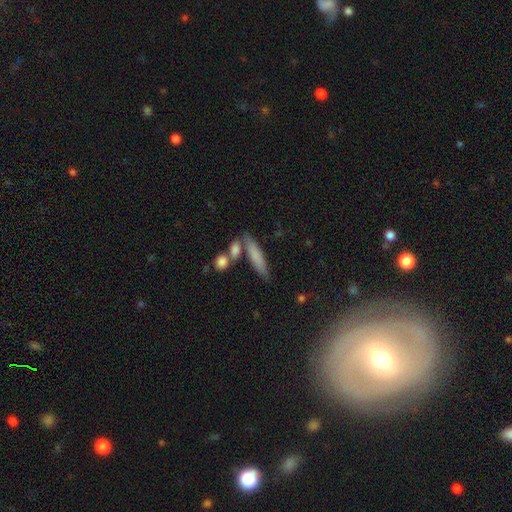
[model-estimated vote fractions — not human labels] The model was most divided on "merging": none: 65%, merger: 18%, minor disturbance: 13%, major disturbance: 4%. More confident: how rounded — cigar-shaped (79%); smooth or featured — smooth (74%).